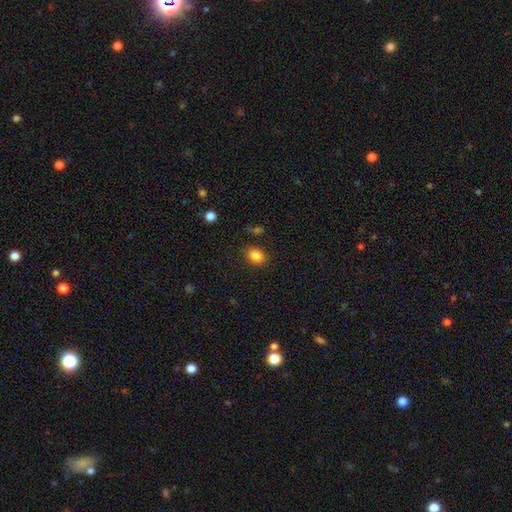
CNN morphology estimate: Q: Smooth or featured?
A: smooth (85%); runner-up: star or artifact (10%)
Q: How rounded?
A: in between (61%); runner-up: round (38%)
Q: Merging?
A: none (85%); runner-up: minor disturbance (10%)